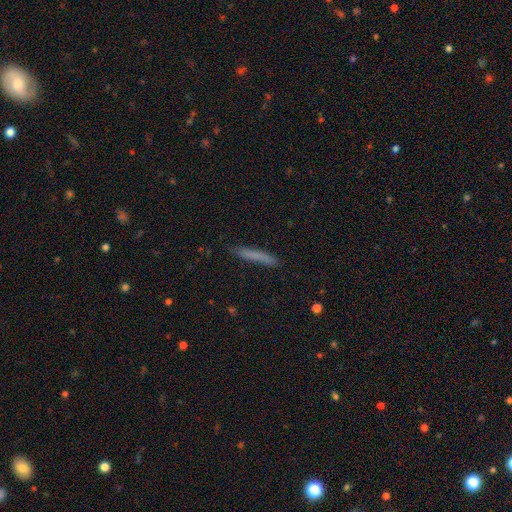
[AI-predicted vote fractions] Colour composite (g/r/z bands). It shows a smooth galaxy with no disk features (73%) that is cigar-shaped (95%). Merging: none (82%).